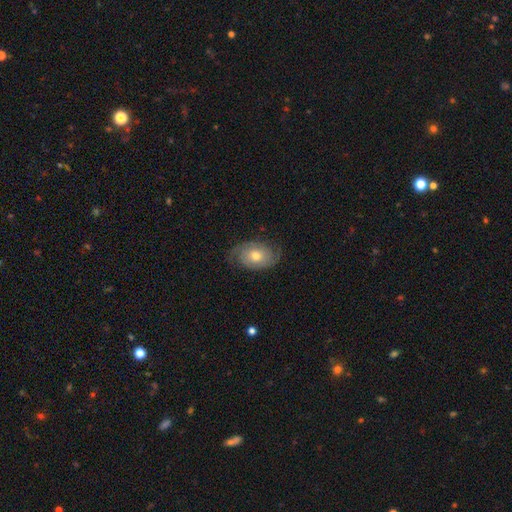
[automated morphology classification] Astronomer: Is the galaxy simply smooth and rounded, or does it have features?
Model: featured or disk — 61%.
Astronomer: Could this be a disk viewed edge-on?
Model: no — 95%.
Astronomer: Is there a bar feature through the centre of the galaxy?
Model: no — 80%.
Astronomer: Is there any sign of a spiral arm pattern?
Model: yes — 83%.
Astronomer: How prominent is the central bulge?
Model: moderate — 67%.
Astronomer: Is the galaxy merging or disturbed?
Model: none — 72%.